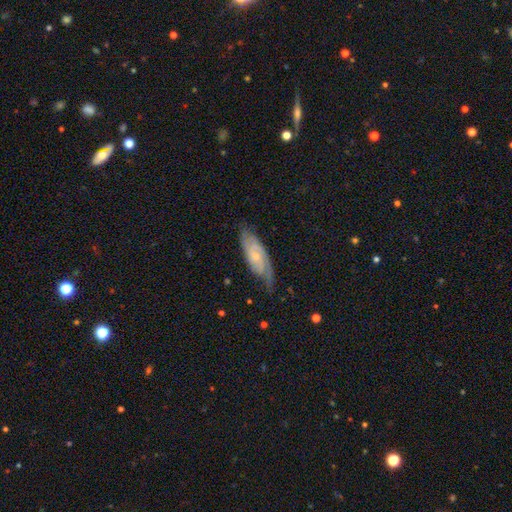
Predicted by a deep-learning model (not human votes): A featured or disk galaxy (78%) with no bar (60%), 2 (62%) tight (48%) spiral arms (95%) and a small central bulge (65%).

Vote fractions:
- Smooth or featured? featured or disk: 78% / smooth: 16% / star or artifact: 6%
- Edge-on disk? no: 89% / yes: 11%
- Bar? no: 60% / weak: 33% / strong: 7%
- Spiral arms? yes: 95% / no: 5%
- Spiral winding? tight: 48% / medium: 40% / loose: 11%
- Spiral arm count? 2: 62% / can't tell: 19% / 3: 10% / 1: 4% / 4: 3% / more than 4: 2%
- Bulge size? small: 65% / moderate: 30% / none: 3% / large: 1% / dominant: 1%
- Merging? none: 69% / minor disturbance: 23% / major disturbance: 7% / merger: 1%